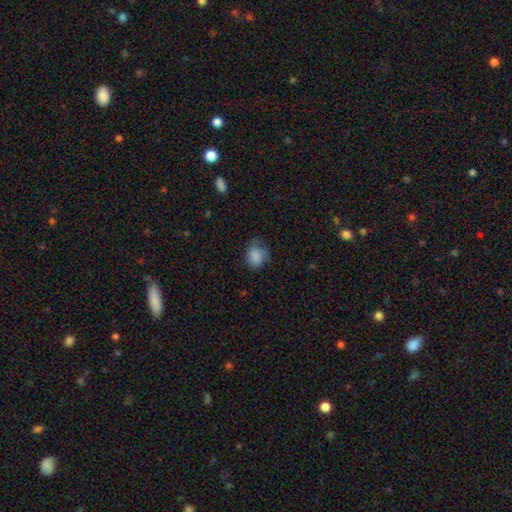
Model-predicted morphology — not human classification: Overall: smooth (84%). How rounded: round (62%; in between 37%). Merging: none (58%; minor disturbance 31%).